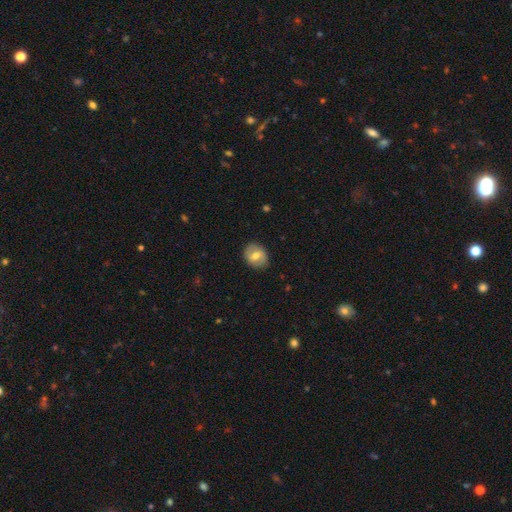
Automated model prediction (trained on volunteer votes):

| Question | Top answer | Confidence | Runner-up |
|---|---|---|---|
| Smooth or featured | smooth | 57% | featured or disk (36%) |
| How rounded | round | 53% | in between (46%) |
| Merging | none | 85% | minor disturbance (11%) |